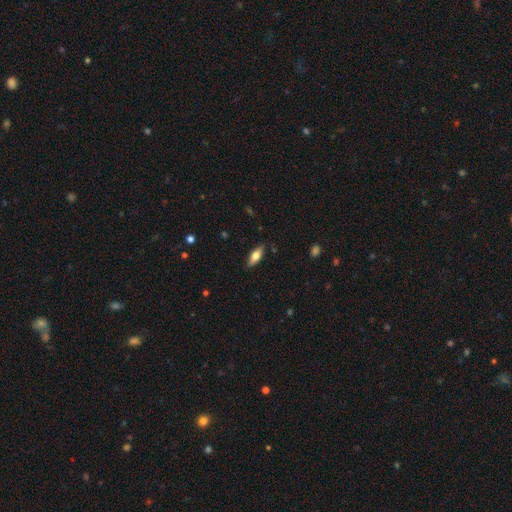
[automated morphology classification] A smooth galaxy with no disk features (69%) that is in between round and cigar-shaped (72%).

Vote fractions:
- Smooth or featured? smooth: 69% / featured or disk: 24% / star or artifact: 7%
- How rounded? in between: 72% / cigar-shaped: 25% / round: 2%
- Merging? none: 85% / minor disturbance: 12% / major disturbance: 2% / merger: 1%